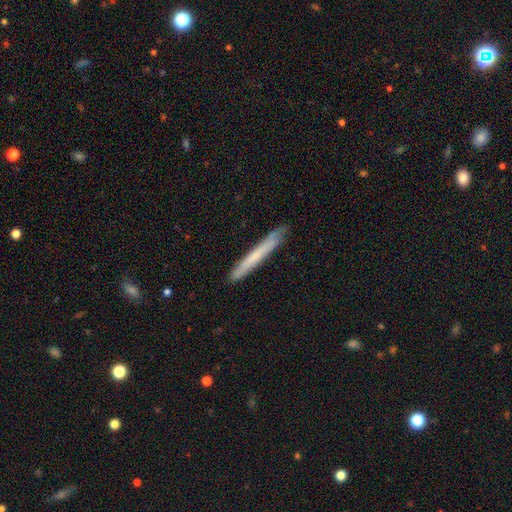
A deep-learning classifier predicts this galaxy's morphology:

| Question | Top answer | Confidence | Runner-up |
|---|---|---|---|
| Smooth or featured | smooth | 62% | featured or disk (32%) |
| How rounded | cigar-shaped | 97% | in between (2%) |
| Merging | none | 86% | minor disturbance (11%) |